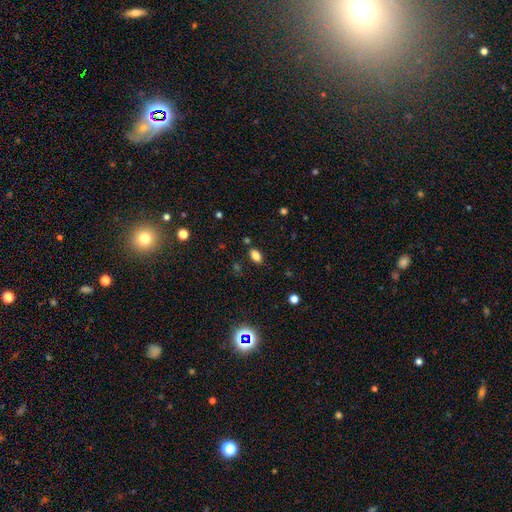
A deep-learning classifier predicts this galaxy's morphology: smooth-or-featured: smooth: 83% | star or artifact: 11% | featured or disk: 6%
  how-rounded: in between: 89% | round: 9% | cigar-shaped: 2%
  merging: none: 84% | minor disturbance: 11% | merger: 3% | major disturbance: 3%